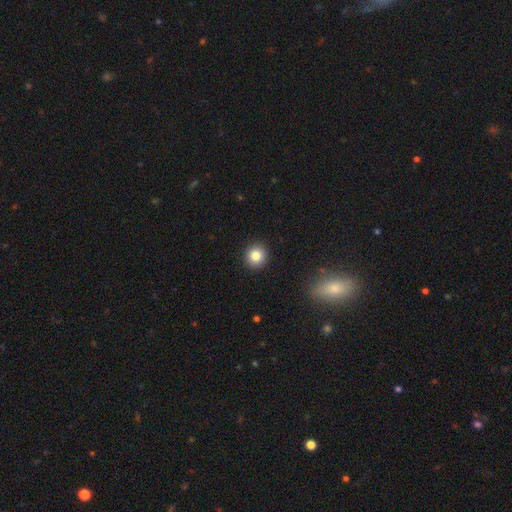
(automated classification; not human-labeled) Smooth or featured?
  - smooth: 83% *
  - star or artifact: 10%
  - featured or disk: 7%
How rounded?
  - round: 91% *
  - in between: 8%
  - cigar-shaped: 1%
Merging?
  - none: 92% *
  - minor disturbance: 5%
  - major disturbance: 2%
  - merger: 1%